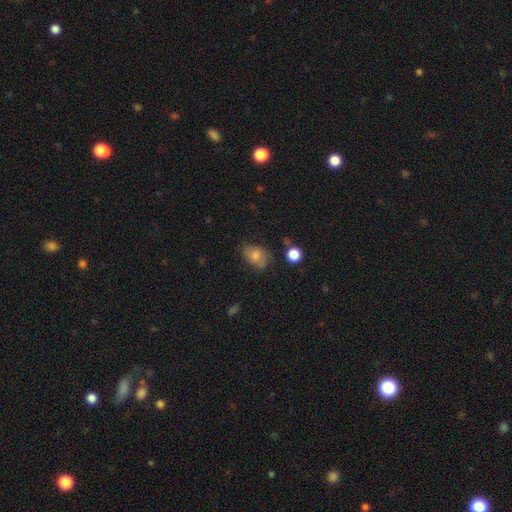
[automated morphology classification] This is likely a smooth galaxy (76%). How rounded: likely in between (76%). Merging: possibly none (57%).